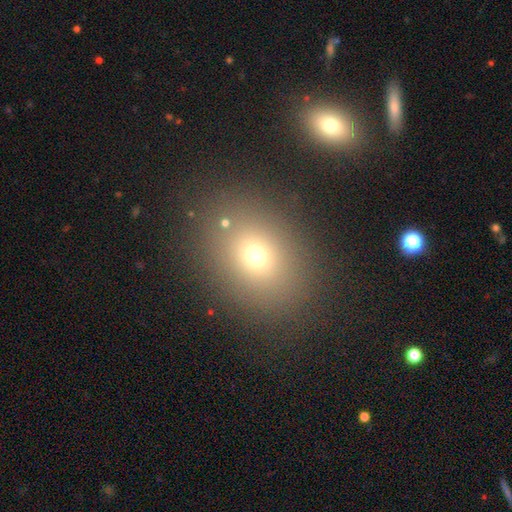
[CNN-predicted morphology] Smooth or featured? smooth (68%)
How rounded? in between (53%)
Merging? none (81%)